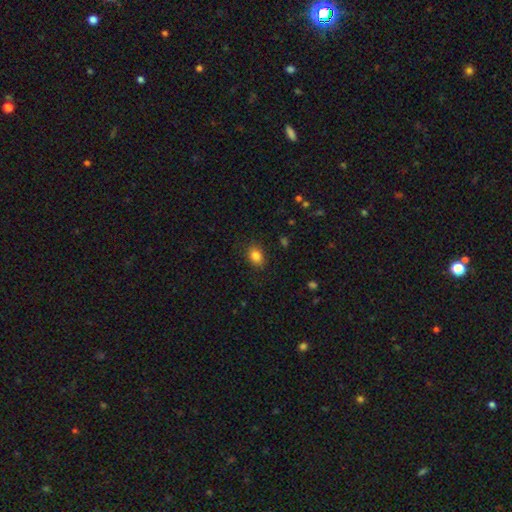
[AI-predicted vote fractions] Overall: smooth (85%). How rounded: in between (68%; round 30%). Merging: none (85%).